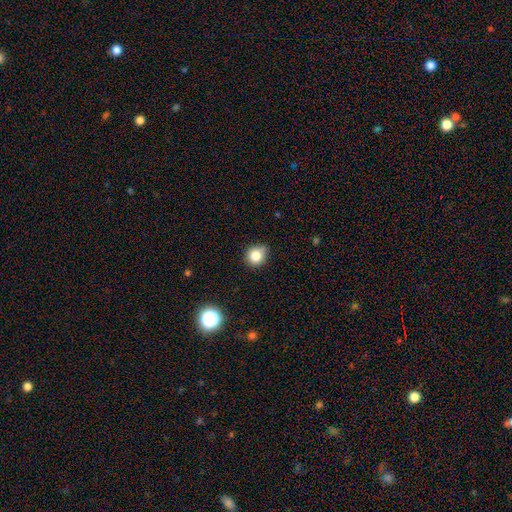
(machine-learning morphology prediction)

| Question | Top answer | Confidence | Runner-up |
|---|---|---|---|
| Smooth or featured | smooth | 82% | star or artifact (11%) |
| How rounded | round | 77% | in between (22%) |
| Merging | none | 69% | minor disturbance (25%) |